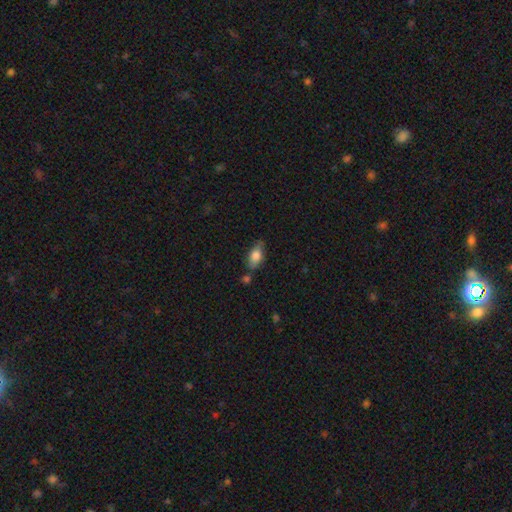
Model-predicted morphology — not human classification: Smooth or featured? smooth (73%)
How rounded? in between (85%)
Merging? none (69%)